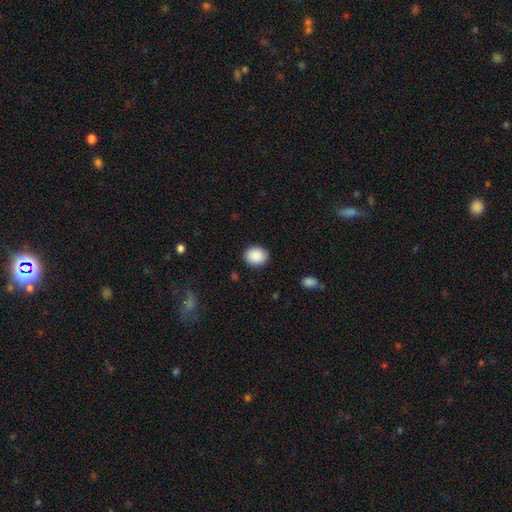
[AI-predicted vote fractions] Q: Smooth or featured?
A: smooth (90%); runner-up: star or artifact (7%)
Q: How rounded?
A: round (63%); runner-up: in between (36%)
Q: Merging?
A: none (89%); runner-up: minor disturbance (8%)